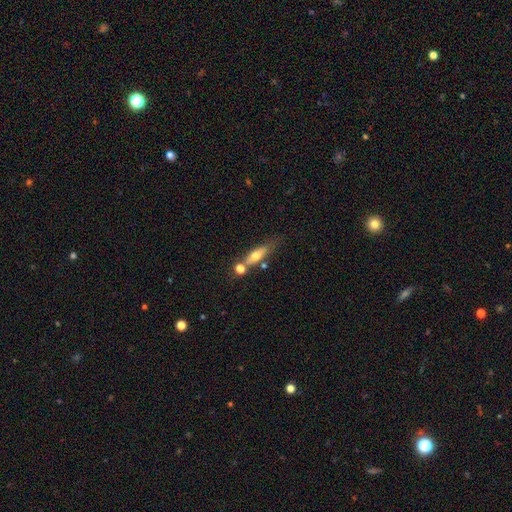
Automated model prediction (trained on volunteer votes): This is possibly a smooth galaxy (58%). How rounded: possibly cigar-shaped (51%). Merging: possibly none (50%).